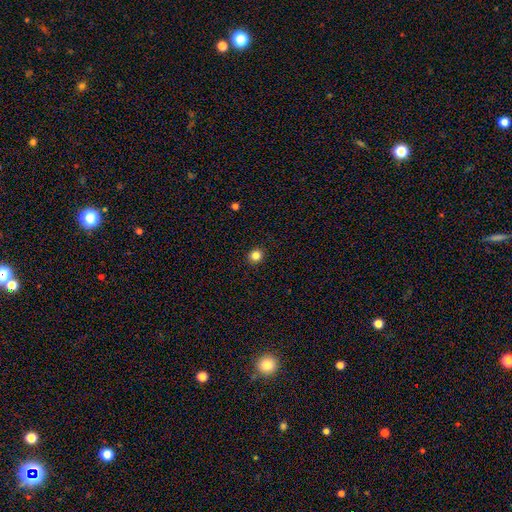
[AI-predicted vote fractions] A smooth galaxy with no disk features (83%) that is round (88%). Merging: none (92%).